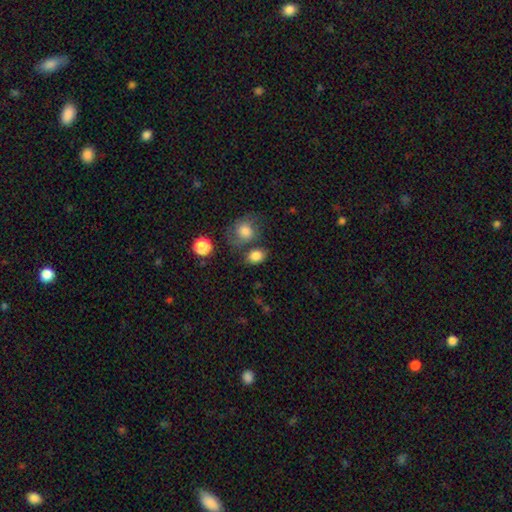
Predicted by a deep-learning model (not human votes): A smooth galaxy with no disk features (84%) that is in between round and cigar-shaped (57%).

Vote fractions:
- Smooth or featured? smooth: 84% / star or artifact: 9% / featured or disk: 7%
- How rounded? in between: 57% / round: 42% / cigar-shaped: 1%
- Merging? none: 64% / merger: 17% / minor disturbance: 14% / major disturbance: 5%